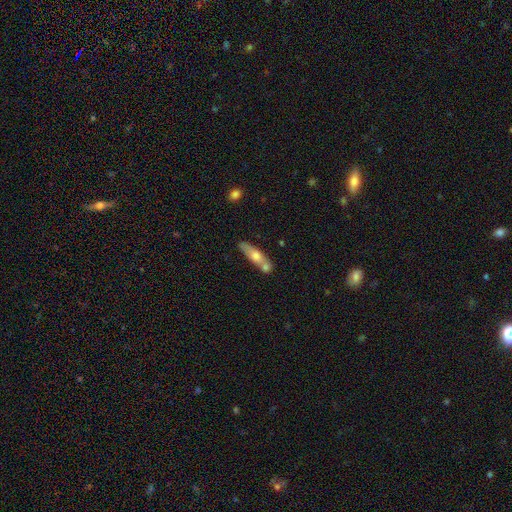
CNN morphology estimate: Overall: smooth (57%; featured or disk 37%). How rounded: cigar-shaped (62%; in between 35%). Merging: none (48%; merger 32%).